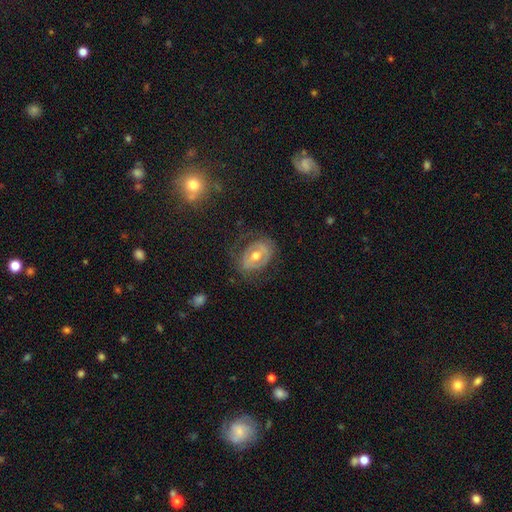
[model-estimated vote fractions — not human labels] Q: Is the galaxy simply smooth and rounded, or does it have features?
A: featured or disk — 61%.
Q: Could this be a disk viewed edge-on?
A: no — 94%.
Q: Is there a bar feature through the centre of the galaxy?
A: no — 48%.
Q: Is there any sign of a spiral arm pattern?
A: no — 64%.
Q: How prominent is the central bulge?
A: moderate — 77%.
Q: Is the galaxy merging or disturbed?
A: none — 67%.